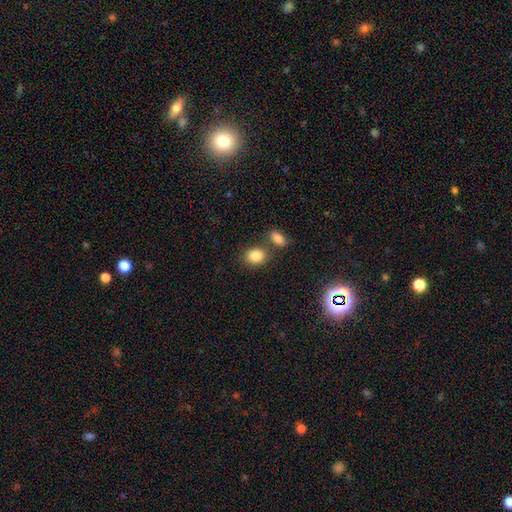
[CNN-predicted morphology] The model was most divided on "how rounded": in between: 56%, round: 43%, cigar-shaped: 1%. More confident: smooth or featured — smooth (86%); merging — none (64%).